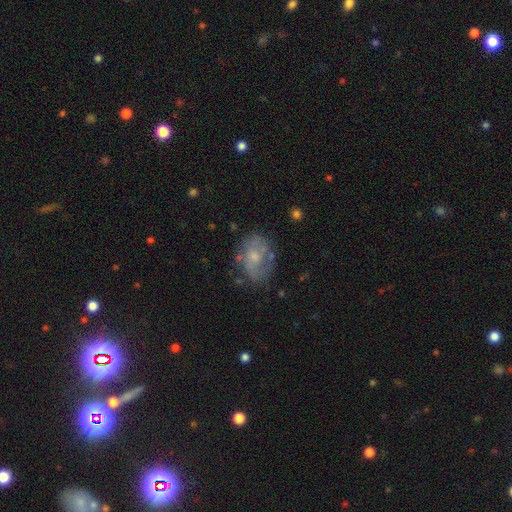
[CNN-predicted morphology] Smooth or featured? featured or disk (57%)
Edge-on disk? no (96%)
Bar? no (71%)
Spiral arms? yes (67%)
Bulge size? small (44%)
Merging? none (64%)